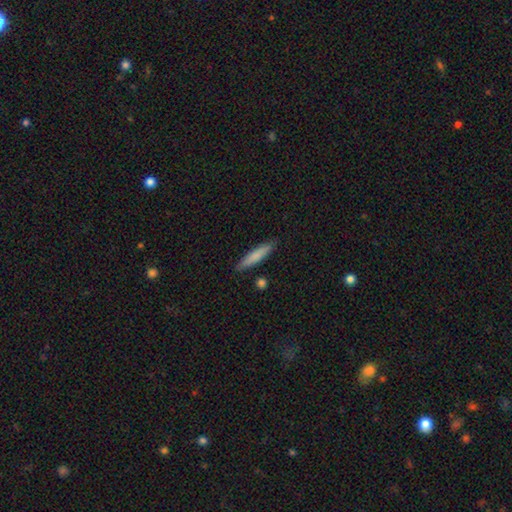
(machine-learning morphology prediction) A smooth galaxy with no disk features (78%) that is cigar-shaped (87%). Merging: none (86%).